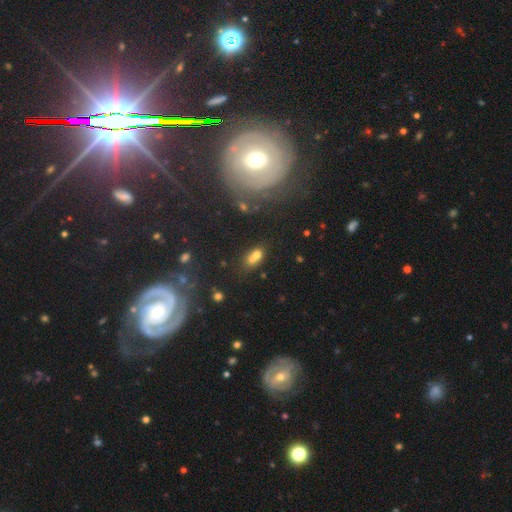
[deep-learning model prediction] Smooth or featured? Predicted: smooth (p=0.65). How rounded? Predicted: in between (p=0.67). Merging? Predicted: merger (p=0.45).